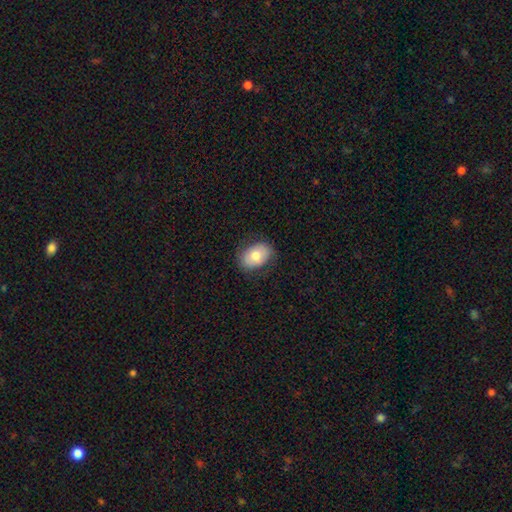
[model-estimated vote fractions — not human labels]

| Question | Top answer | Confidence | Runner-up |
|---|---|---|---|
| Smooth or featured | smooth | 76% | featured or disk (17%) |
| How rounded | in between | 81% | round (18%) |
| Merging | none | 81% | minor disturbance (14%) |